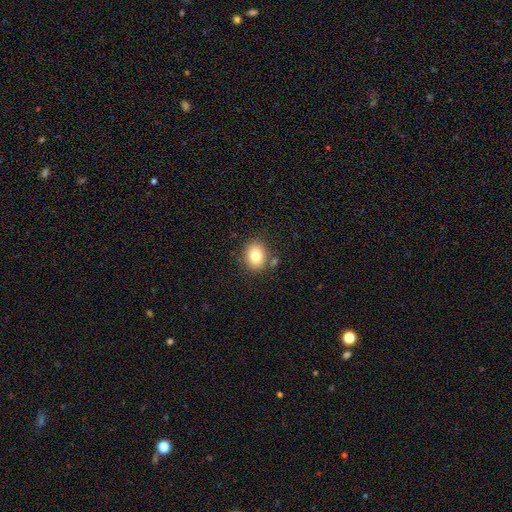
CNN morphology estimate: This appears to be a smooth galaxy with no disk features (81%) that is round (50%). Merging: none (80%).